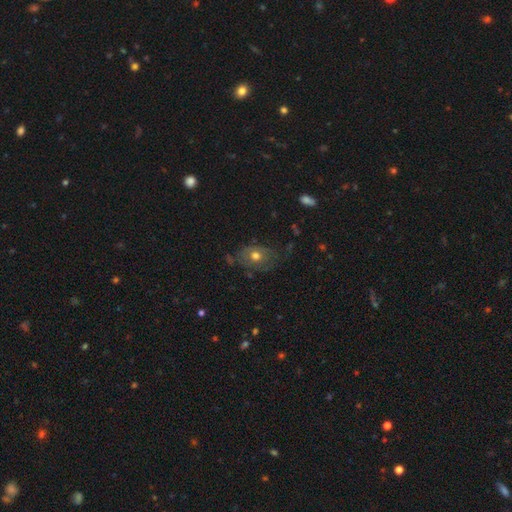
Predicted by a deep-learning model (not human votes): smooth-or-featured: smooth: 51% | featured or disk: 40% | star or artifact: 9%
  how-rounded: in between: 67% | round: 31% | cigar-shaped: 2%
  merging: none: 58% | minor disturbance: 26% | major disturbance: 13% | merger: 3%